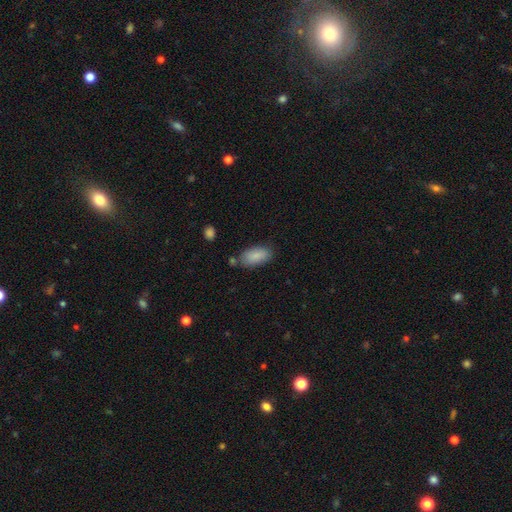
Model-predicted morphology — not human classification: A smooth galaxy with no disk features (87%) that is in between round and cigar-shaped (92%). Merging: none (75%).